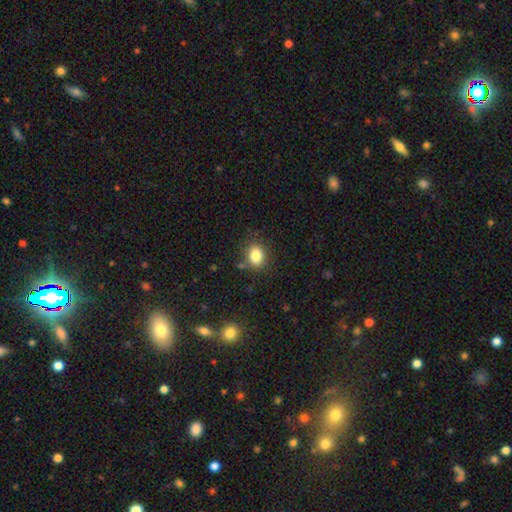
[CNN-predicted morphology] A smooth galaxy with no disk features (83%) that is round (51%).

Vote fractions:
- Smooth or featured? smooth: 83% / star or artifact: 10% / featured or disk: 6%
- How rounded? round: 51% / in between: 48% / cigar-shaped: 1%
- Merging? none: 82% / minor disturbance: 11% / merger: 4% / major disturbance: 3%